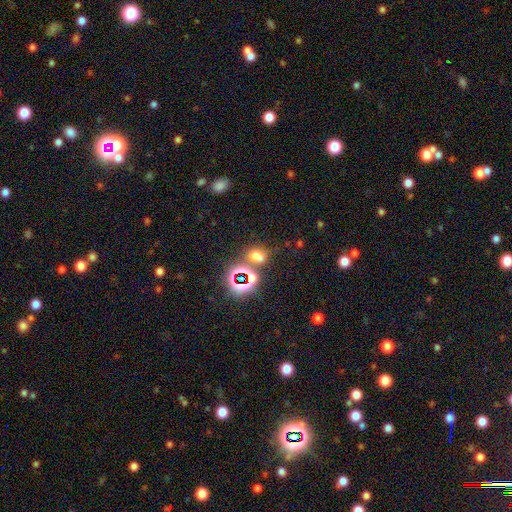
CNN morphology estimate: This appears to be a smooth galaxy with no disk features (56%) that is in between round and cigar-shaped (57%). Merging: none (55%).